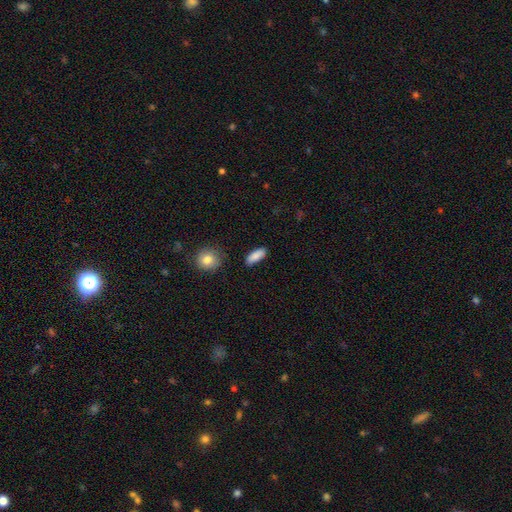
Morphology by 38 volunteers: Smooth or featured?
  - smooth: 92% *
  - star or artifact: 5%
  - featured or disk: 3%
How rounded?
  - in between: 77% *
  - cigar-shaped: 23%
  - round: 0%
Merging?
  - none: 83% *
  - minor disturbance: 11%
  - major disturbance: 6%
  - merger: 0%